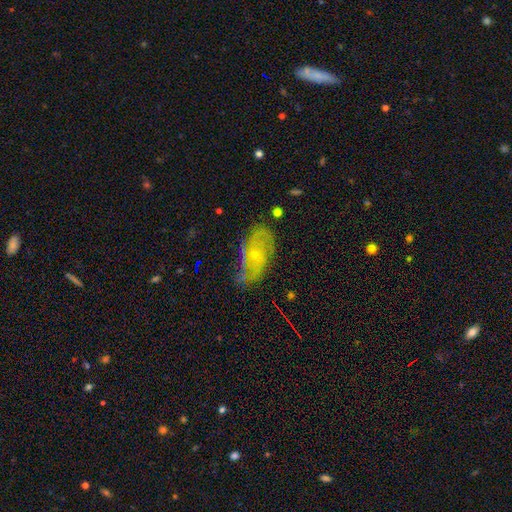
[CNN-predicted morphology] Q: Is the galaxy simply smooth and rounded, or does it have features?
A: featured or disk — 72%.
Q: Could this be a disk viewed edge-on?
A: no — 95%.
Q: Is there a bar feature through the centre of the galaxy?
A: no — 68%.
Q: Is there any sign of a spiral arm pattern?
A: yes — 87%.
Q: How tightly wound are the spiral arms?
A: medium — 43%.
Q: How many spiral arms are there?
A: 2 — 45%.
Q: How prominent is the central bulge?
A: small — 74%.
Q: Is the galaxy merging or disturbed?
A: none — 62%.